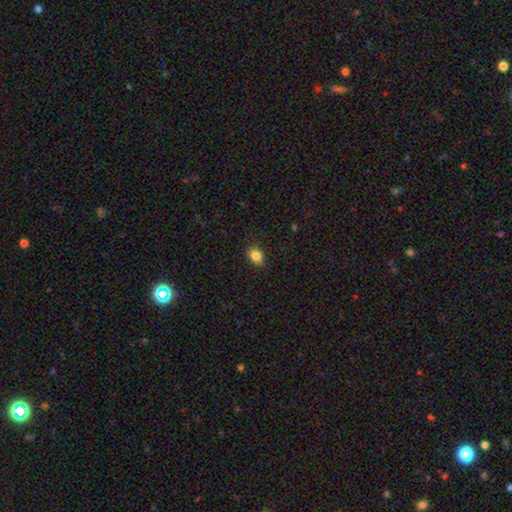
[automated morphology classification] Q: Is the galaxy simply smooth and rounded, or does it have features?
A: smooth — 85%.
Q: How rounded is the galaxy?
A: in between — 69%.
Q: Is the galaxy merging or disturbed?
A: none — 84%.